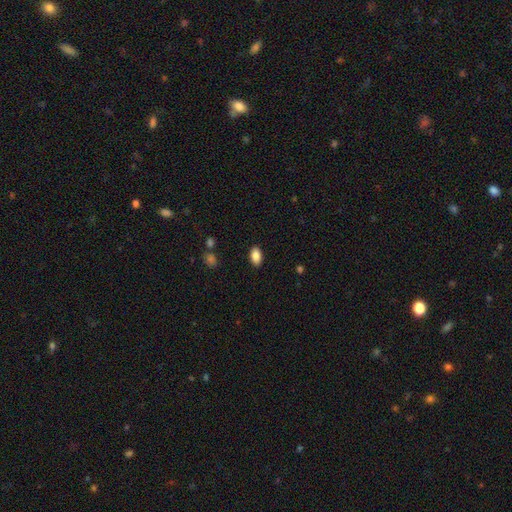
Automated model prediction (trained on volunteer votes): This appears to be a smooth galaxy with no disk features (87%) that is in between round and cigar-shaped (92%). Merging: none (89%).